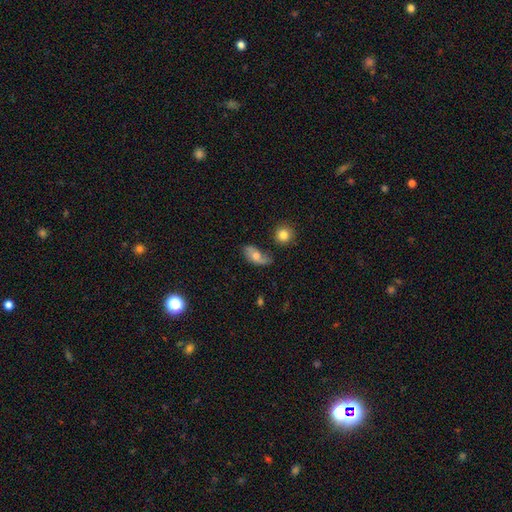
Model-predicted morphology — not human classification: Smooth or featured?
  - smooth: 55% *
  - featured or disk: 36%
  - star or artifact: 9%
How rounded?
  - in between: 86% *
  - round: 8%
  - cigar-shaped: 5%
Merging?
  - none: 52% *
  - minor disturbance: 30%
  - major disturbance: 12%
  - merger: 6%